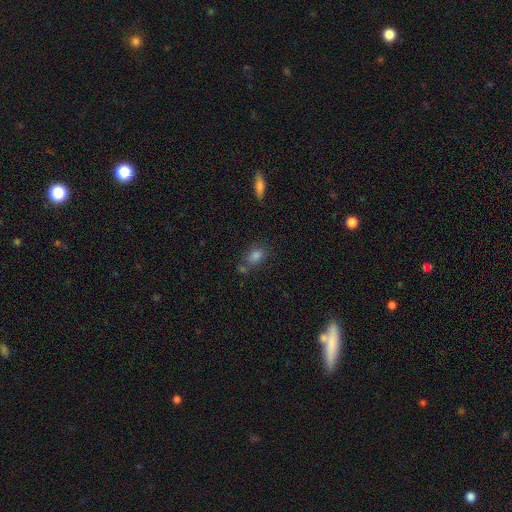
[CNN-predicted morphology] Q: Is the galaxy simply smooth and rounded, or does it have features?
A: smooth — 81%.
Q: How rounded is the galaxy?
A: in between — 71%.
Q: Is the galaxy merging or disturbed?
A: none — 62%.